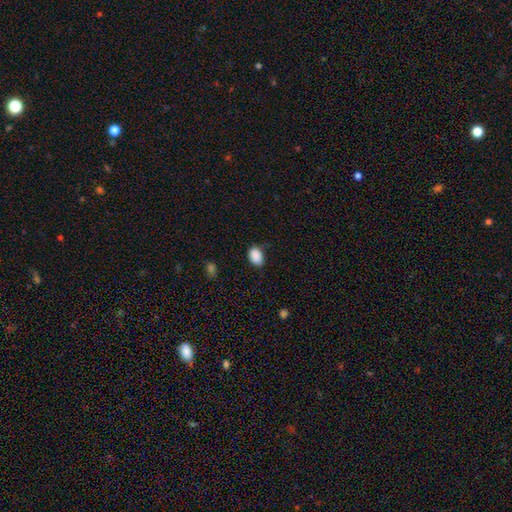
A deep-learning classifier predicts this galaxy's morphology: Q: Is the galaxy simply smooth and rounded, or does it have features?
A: smooth — 89%.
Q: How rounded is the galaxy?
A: in between — 82%.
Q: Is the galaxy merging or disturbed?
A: none — 79%.